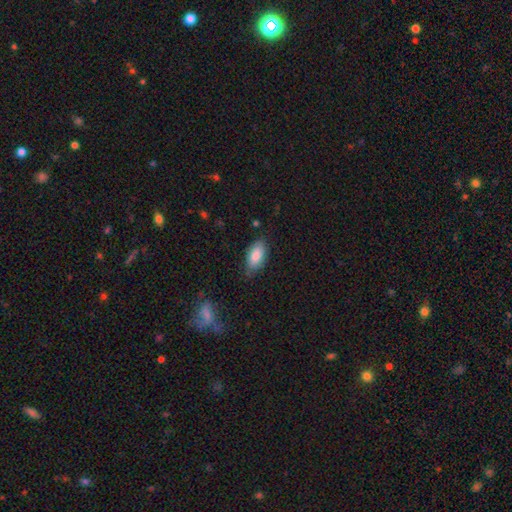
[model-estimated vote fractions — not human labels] Smooth or featured? smooth (84%)
How rounded? in between (90%)
Merging? none (76%)